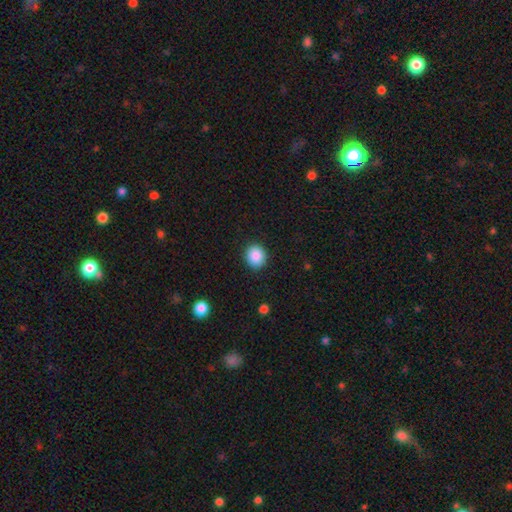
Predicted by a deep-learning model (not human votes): Smooth or featured? Predicted: smooth (p=0.88). How rounded? Predicted: round (p=0.72). Merging? Predicted: none (p=0.90).